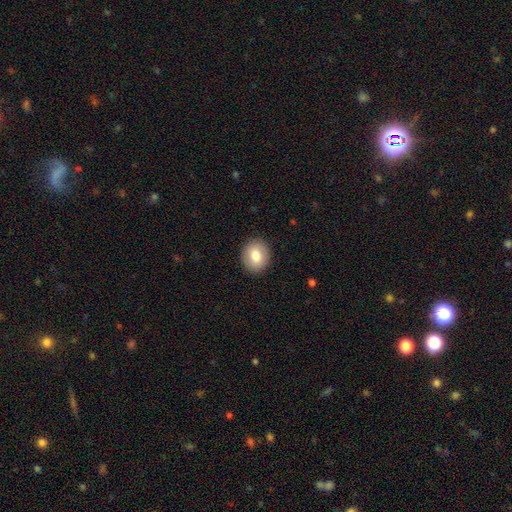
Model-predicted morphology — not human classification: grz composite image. It shows a smooth galaxy with no disk features (80%) that is round (63%). Merging: none (90%).